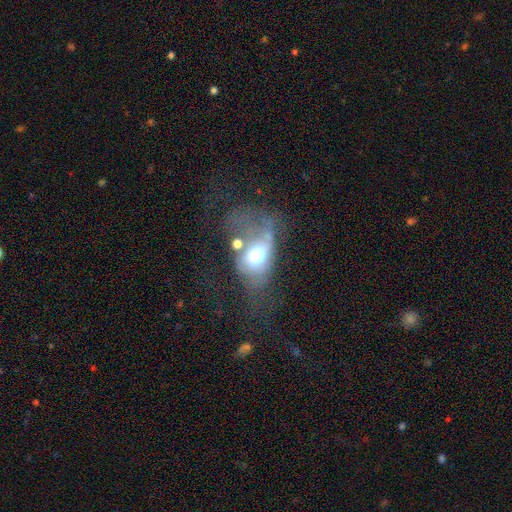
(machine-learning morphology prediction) A smooth galaxy with no disk features (46%).

Vote fractions:
- Smooth or featured? smooth: 46% / featured or disk: 42% / star or artifact: 12%
- Merging? major disturbance: 48% / merger: 20% / none: 16% / minor disturbance: 15%